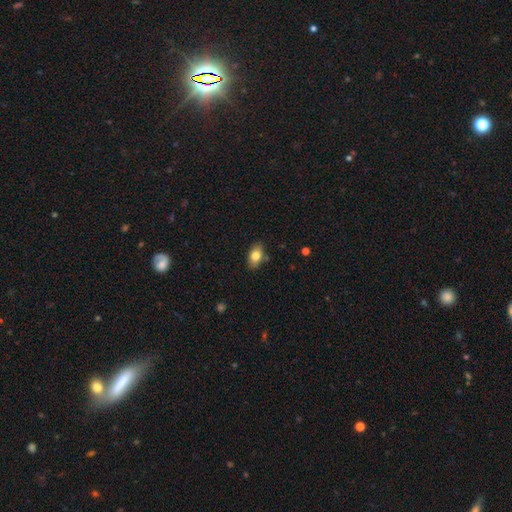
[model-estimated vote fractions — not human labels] The model was most divided on "merging": none: 80%, minor disturbance: 14%, merger: 3%, major disturbance: 3%. More confident: how rounded — in between (87%); smooth or featured — smooth (80%).